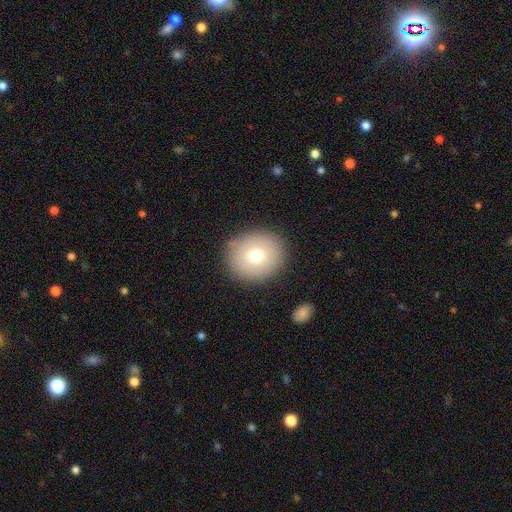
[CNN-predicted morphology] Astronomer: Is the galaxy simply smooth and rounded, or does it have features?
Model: smooth — 72%.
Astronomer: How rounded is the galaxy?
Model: round — 84%.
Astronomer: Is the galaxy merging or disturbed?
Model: none — 88%.